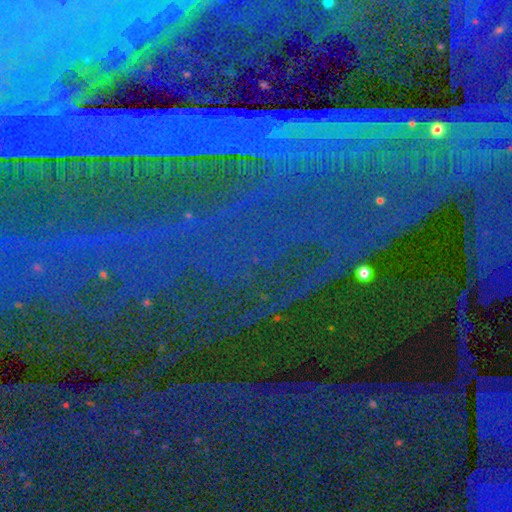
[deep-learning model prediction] smooth-or-featured: star or artifact: 87% | featured or disk: 7% | smooth: 6%